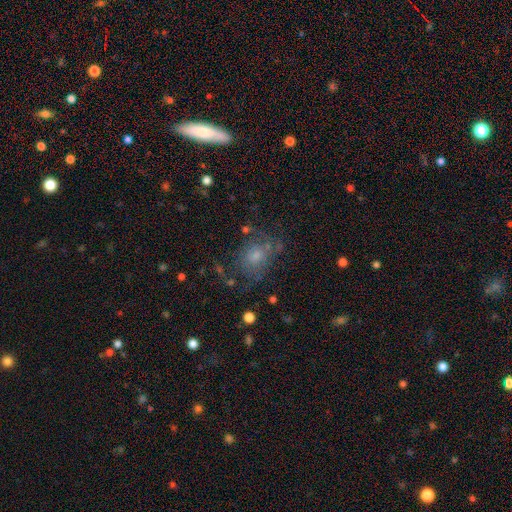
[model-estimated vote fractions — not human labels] This is possibly a smooth galaxy (50%). Merging: possibly none (57%).